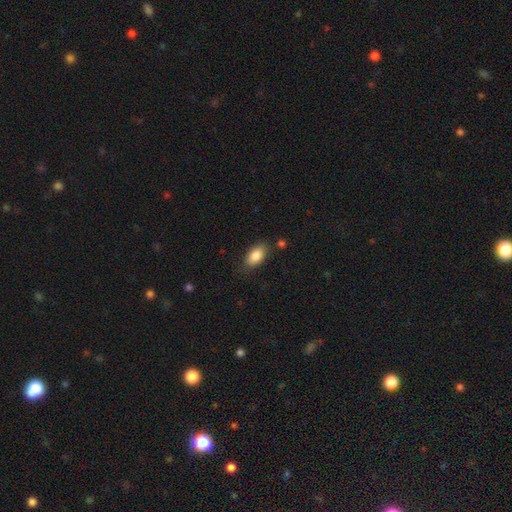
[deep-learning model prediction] Smooth or featured: smooth — 86% (star or artifact — 7%)
How rounded: in between — 91% (round — 6%)
Merging: none — 78% (minor disturbance — 15%)